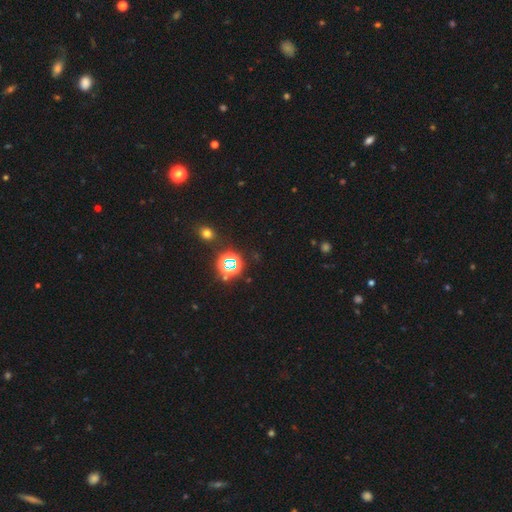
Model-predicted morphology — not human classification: This is likely a star or artifact rather than a galaxy (76%).